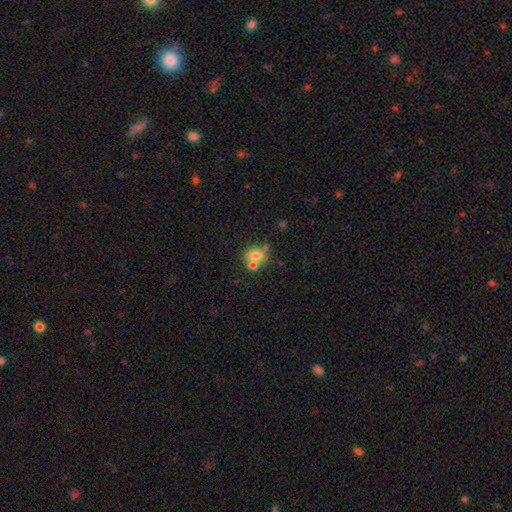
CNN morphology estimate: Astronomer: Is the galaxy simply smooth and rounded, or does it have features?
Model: smooth — 67%.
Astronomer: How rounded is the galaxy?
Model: in between — 66%.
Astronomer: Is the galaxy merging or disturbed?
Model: none — 45% (runner-up: merger, 36%).